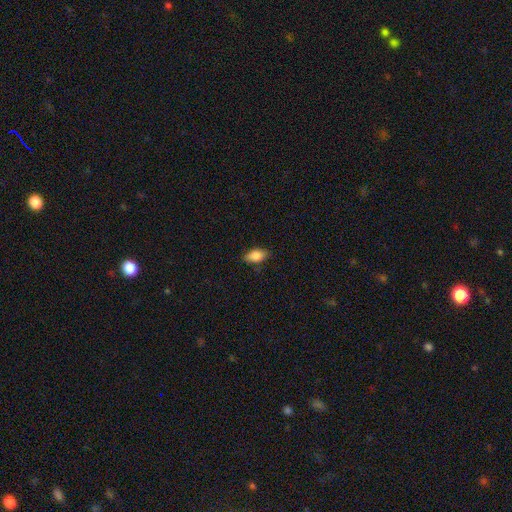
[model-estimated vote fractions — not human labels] Overall: smooth (85%). How rounded: in between (89%). Merging: none (80%).